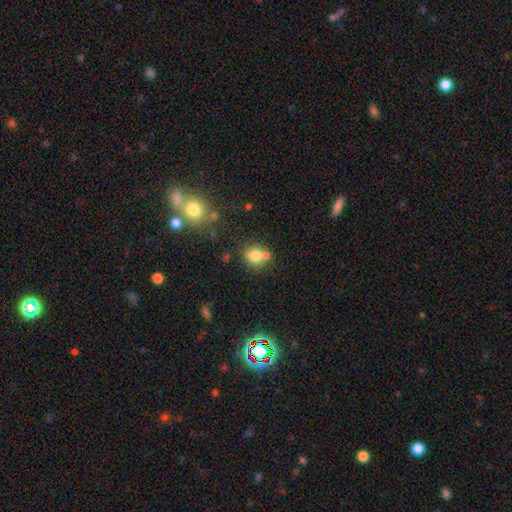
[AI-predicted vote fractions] A smooth galaxy with no disk features (76%) that is round (68%). Merging: none (57%).